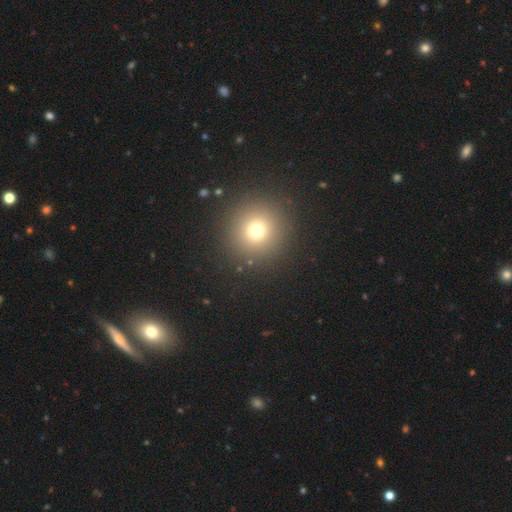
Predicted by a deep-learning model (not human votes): This is possibly a smooth galaxy (59%). How rounded: clearly round (92%). Merging: clearly none (90%).